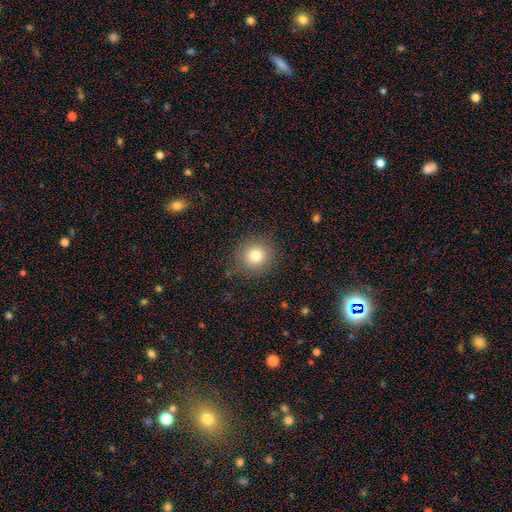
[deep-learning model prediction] smooth 78%, star or artifact 12%, featured or disk 10%. Down the decision tree: how rounded — round (90%); merging — none (86%).